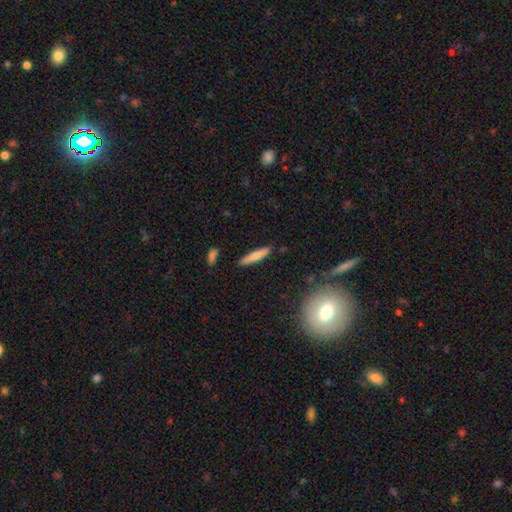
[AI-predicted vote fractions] Smooth or featured? smooth (74%)
How rounded? cigar-shaped (90%)
Merging? none (88%)